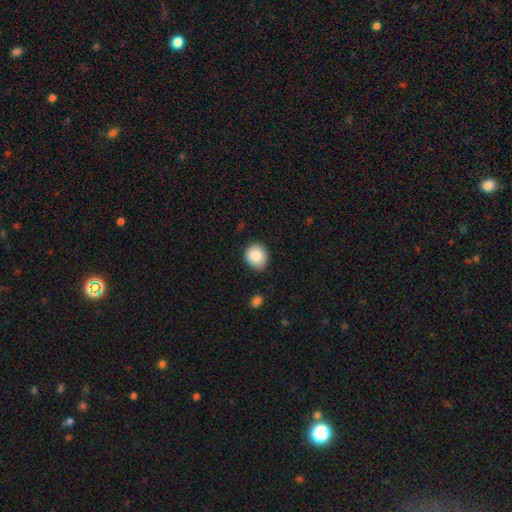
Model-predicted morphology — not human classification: Smooth or featured: smooth — 87% (star or artifact — 8%)
How rounded: round — 75% (in between — 24%)
Merging: none — 80% (minor disturbance — 15%)